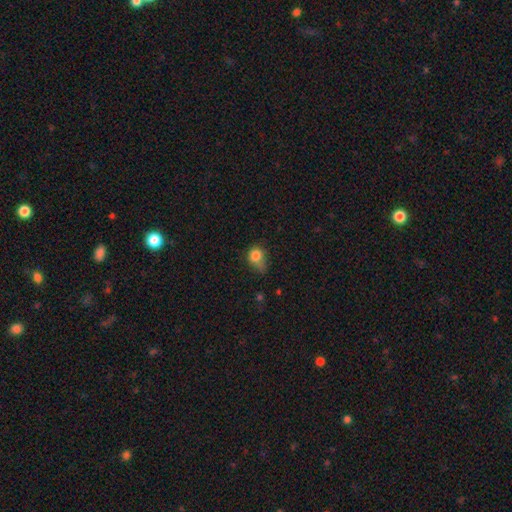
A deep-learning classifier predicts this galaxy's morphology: Smooth or featured?
  - smooth: 81% *
  - star or artifact: 11%
  - featured or disk: 8%
How rounded?
  - round: 68% *
  - in between: 31%
  - cigar-shaped: 1%
Merging?
  - minor disturbance: 40% *
  - none: 34%
  - major disturbance: 20%
  - merger: 7%